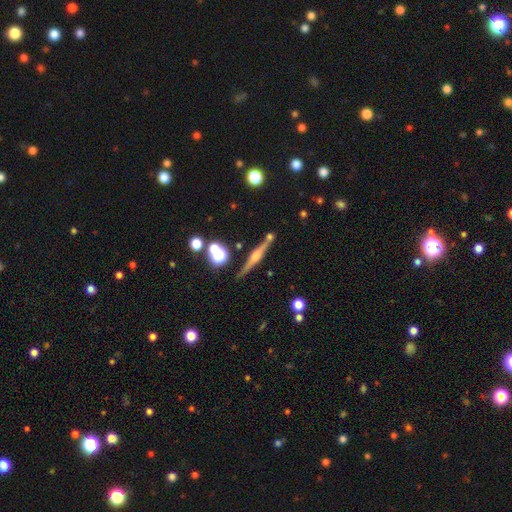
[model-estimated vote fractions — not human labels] Q: Smooth or featured?
A: featured or disk (77%); runner-up: smooth (15%)
Q: Edge-on disk?
A: yes (98%); runner-up: no (2%)
Q: Edge-on bulge?
A: rounded (83%); runner-up: boxy (11%)
Q: Merging?
A: none (84%); runner-up: minor disturbance (9%)